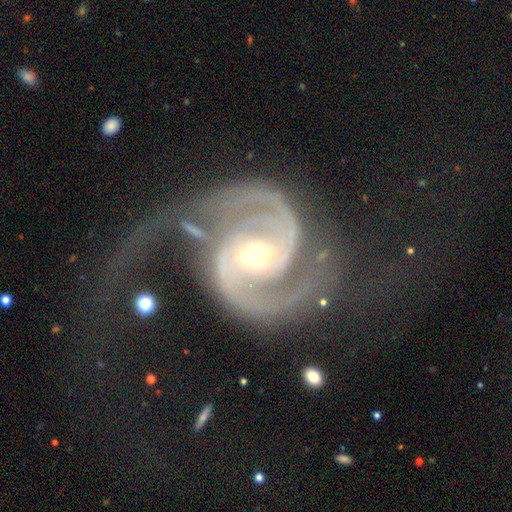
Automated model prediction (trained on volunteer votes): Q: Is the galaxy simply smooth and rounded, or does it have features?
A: featured or disk — 93%.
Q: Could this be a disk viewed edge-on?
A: no — 98%.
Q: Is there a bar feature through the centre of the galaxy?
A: no — 51%.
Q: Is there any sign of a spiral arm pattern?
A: yes — 99%.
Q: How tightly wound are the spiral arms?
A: medium — 51%.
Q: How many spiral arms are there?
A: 2 — 91%.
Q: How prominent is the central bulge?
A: small — 48%, tied with moderate.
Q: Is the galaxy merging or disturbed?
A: none — 49%.